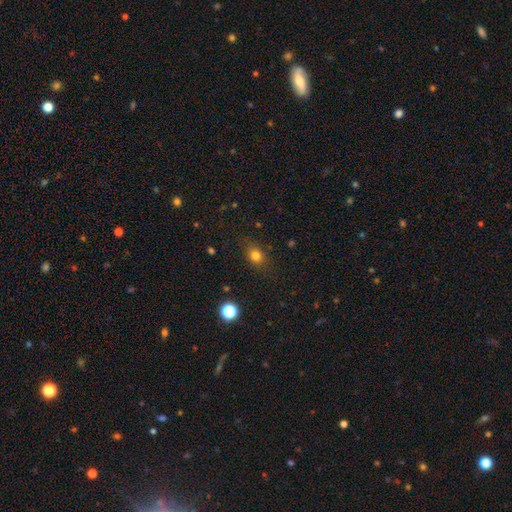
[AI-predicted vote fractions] A smooth galaxy with no disk features (78%) that is round (53%). Merging: none (82%).